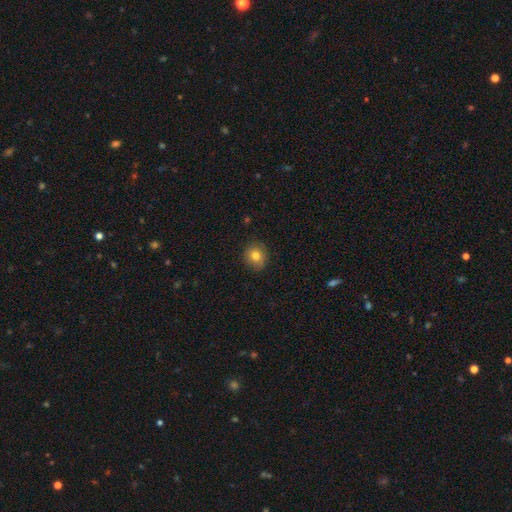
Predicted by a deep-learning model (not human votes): A smooth galaxy with no disk features (79%) that is round (80%).

Vote fractions:
- Smooth or featured? smooth: 79% / featured or disk: 11% / star or artifact: 10%
- How rounded? round: 80% / in between: 19% / cigar-shaped: 1%
- Merging? none: 85% / minor disturbance: 11% / major disturbance: 2% / merger: 1%